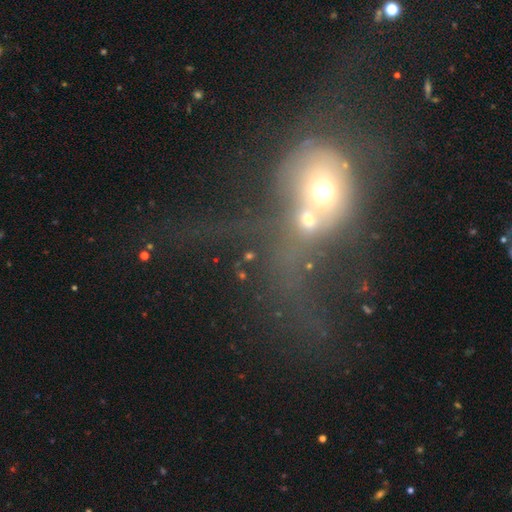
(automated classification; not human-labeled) A smooth galaxy with no disk features (41%).

Vote fractions:
- Smooth or featured? smooth: 41% / featured or disk: 37% / star or artifact: 22%
- Merging? merger: 59% / major disturbance: 25% / none: 10% / minor disturbance: 6%